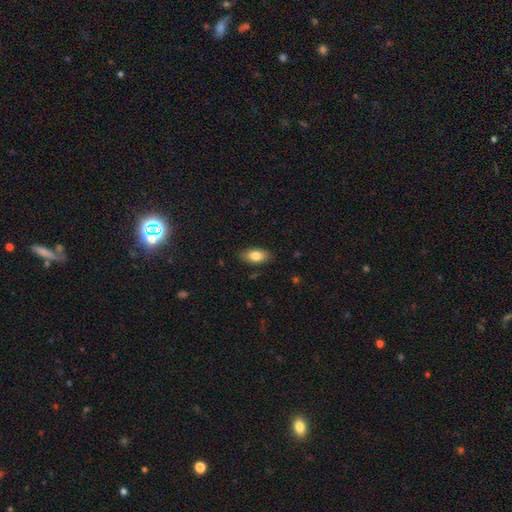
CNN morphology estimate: smooth_or_featured: smooth (p=0.81) [alt: featured or disk p=0.12]
how_rounded: in between (p=0.90) [alt: cigar-shaped p=0.06]
merging: none (p=0.86) [alt: minor disturbance p=0.10]